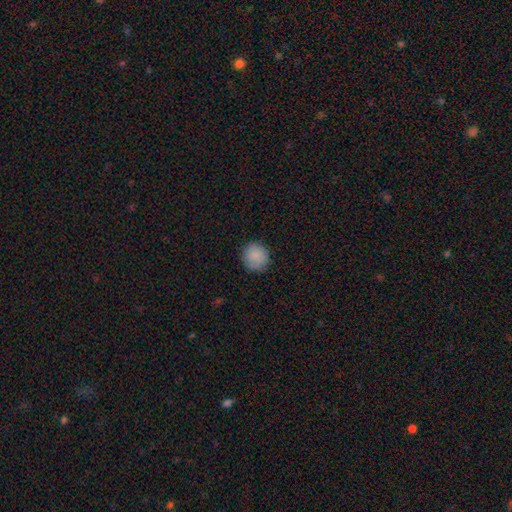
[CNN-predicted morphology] This appears to be a smooth galaxy with no disk features (87%) that is round (91%). Merging: none (87%).